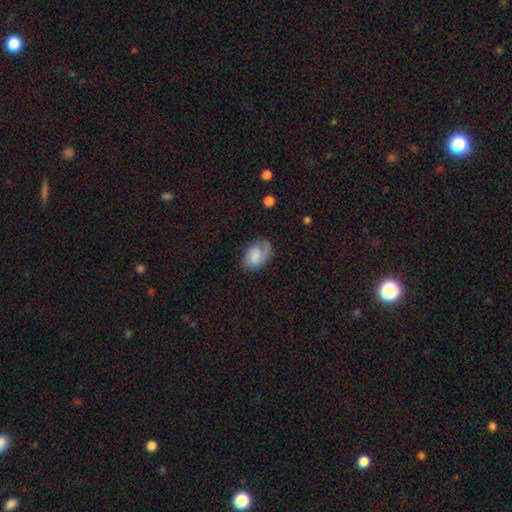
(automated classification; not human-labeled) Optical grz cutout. It shows a smooth galaxy with no disk features (56%) that is in between round and cigar-shaped (85%). Merging: none (57%).